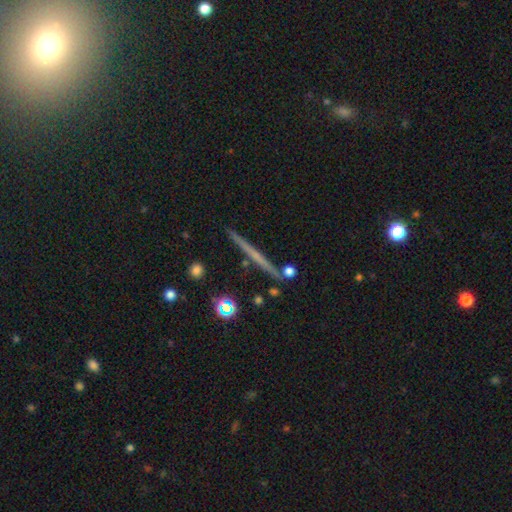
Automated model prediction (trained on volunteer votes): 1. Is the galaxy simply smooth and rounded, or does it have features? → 60% featured or disk, 32% smooth, 7% star or artifact.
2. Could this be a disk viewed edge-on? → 98% yes, 2% no.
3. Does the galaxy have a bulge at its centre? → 85% none, 11% rounded, 4% boxy.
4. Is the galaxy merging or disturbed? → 90% none, 6% minor disturbance, 3% merger, 1% major disturbance.